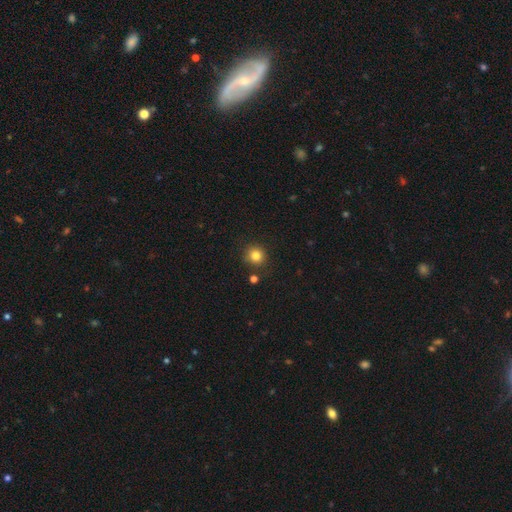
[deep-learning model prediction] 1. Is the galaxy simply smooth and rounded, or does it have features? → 82% smooth, 12% star or artifact, 6% featured or disk.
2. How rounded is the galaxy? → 91% round, 8% in between, 1% cigar-shaped.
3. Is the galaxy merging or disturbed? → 86% none, 9% minor disturbance, 3% merger, 2% major disturbance.